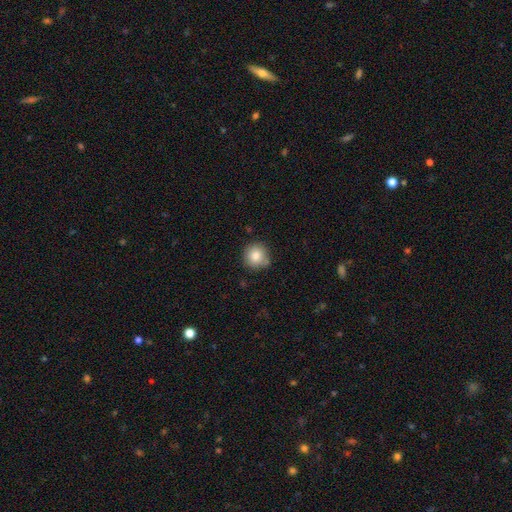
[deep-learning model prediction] A smooth galaxy with no disk features (83%) that is round (93%).

Vote fractions:
- Smooth or featured? smooth: 83% / star or artifact: 9% / featured or disk: 8%
- How rounded? round: 93% / in between: 6% / cigar-shaped: 1%
- Merging? none: 81% / minor disturbance: 13% / merger: 4% / major disturbance: 3%